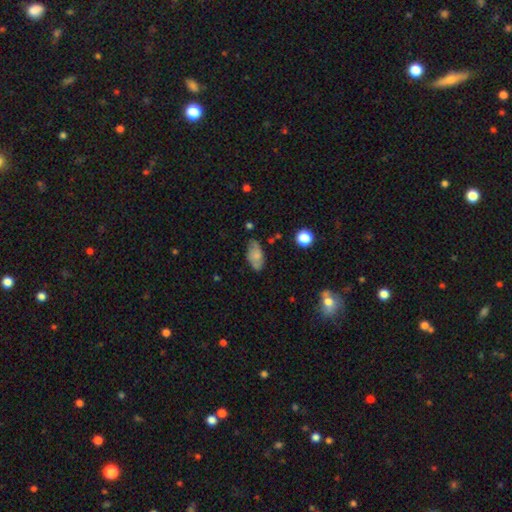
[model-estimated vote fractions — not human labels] Smooth or featured: smooth — 68% (featured or disk — 24%)
How rounded: in between — 91% (cigar-shaped — 5%)
Merging: none — 67% (minor disturbance — 25%)